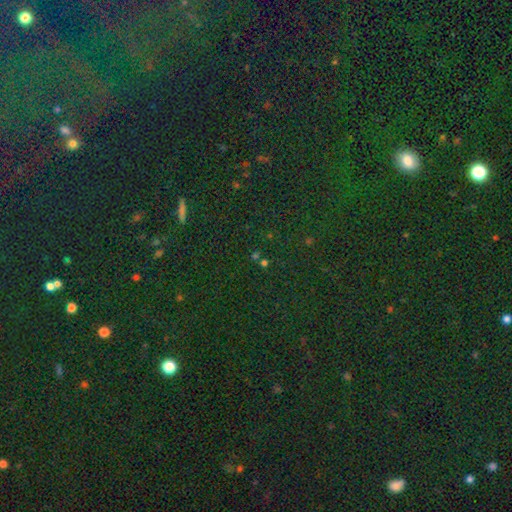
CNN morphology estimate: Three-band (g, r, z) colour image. It shows a star or artifact, not a galaxy (69%).